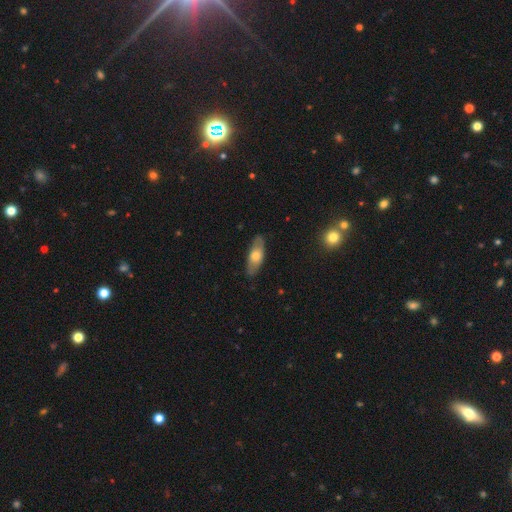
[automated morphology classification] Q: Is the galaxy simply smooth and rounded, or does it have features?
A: smooth — 58%.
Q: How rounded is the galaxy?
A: in between — 72%.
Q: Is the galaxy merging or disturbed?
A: none — 85%.